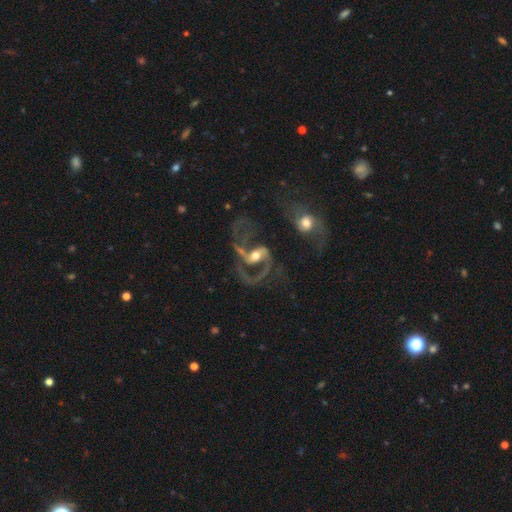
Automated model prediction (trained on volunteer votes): smooth_or_featured: featured or disk (p=0.86) [alt: smooth p=0.07]
disk_edge_on: no (p=0.97) [alt: yes p=0.03]
bar: no (p=0.36) [tied with: weak p=0.36]
has_spiral_arms: yes (p=0.92) [alt: no p=0.08]
spiral_winding: loose (p=0.46) [alt: medium p=0.44]
spiral_arm_count: 2 (p=0.77) [alt: 1 p=0.10]
bulge_size: moderate (p=0.66) [alt: small p=0.21]
merging: major disturbance (p=0.36) [alt: none p=0.29]